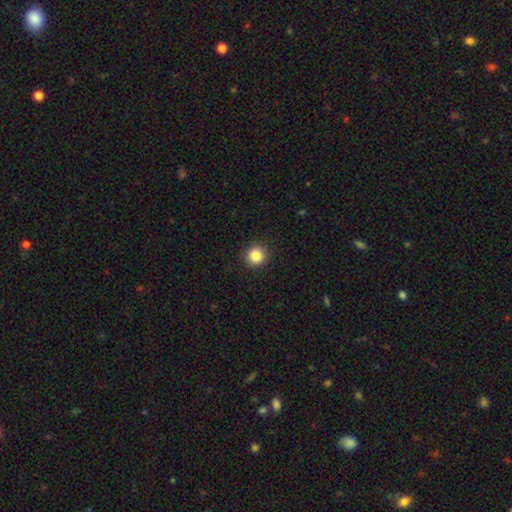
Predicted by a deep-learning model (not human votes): Smooth or featured?
  - smooth: 85% *
  - star or artifact: 11%
  - featured or disk: 5%
How rounded?
  - round: 93% *
  - in between: 6%
  - cigar-shaped: 1%
Merging?
  - none: 92% *
  - minor disturbance: 5%
  - major disturbance: 2%
  - merger: 1%